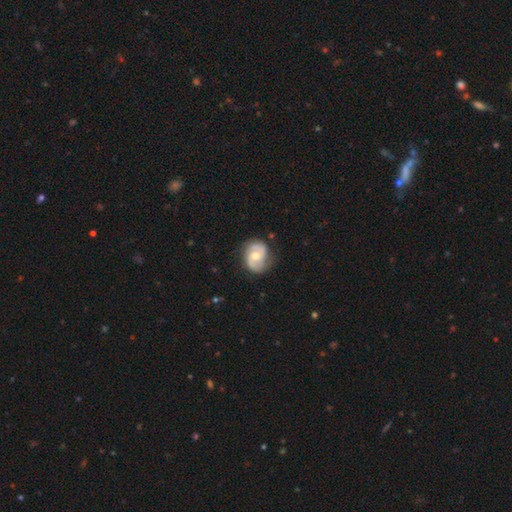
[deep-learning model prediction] featured or disk 76%, smooth 19%, star or artifact 5%. Down the decision tree: edge-on disk — no (98%); bar — no (54%); spiral arms — yes (92%); spiral arm count — 2 (88%); spiral winding — medium (47%); bulge size — moderate (71%); merging — none (76%).